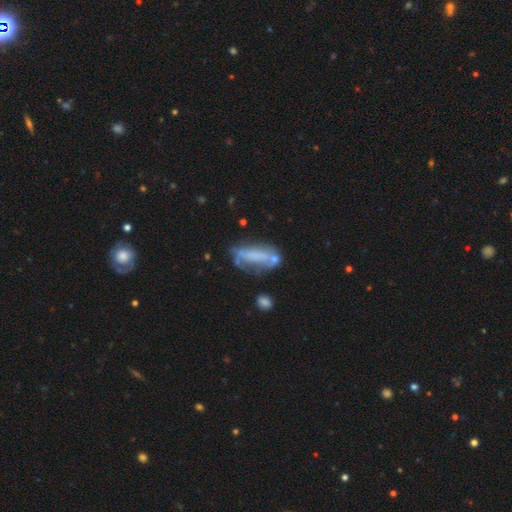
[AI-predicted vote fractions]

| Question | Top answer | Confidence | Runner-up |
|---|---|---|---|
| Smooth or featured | featured or disk | 45% | smooth (44%) |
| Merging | none | 38% | minor disturbance (24%) |